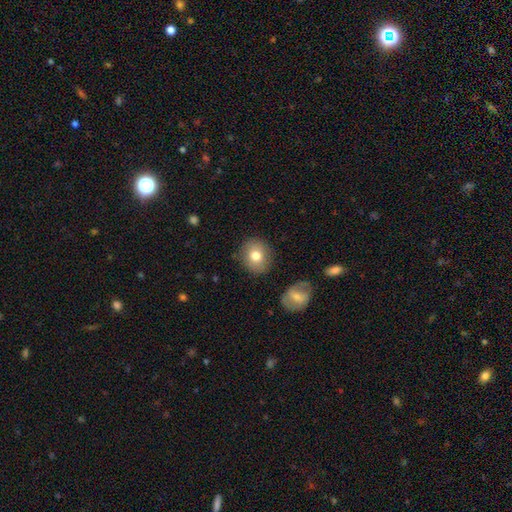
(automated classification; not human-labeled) Q: Smooth or featured?
A: smooth (77%); runner-up: featured or disk (14%)
Q: How rounded?
A: round (75%); runner-up: in between (24%)
Q: Merging?
A: none (85%); runner-up: minor disturbance (10%)